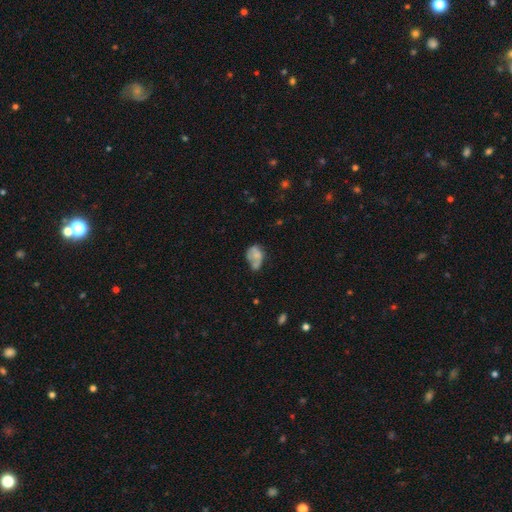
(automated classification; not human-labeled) Morphology: type=smooth (54%); roundness=in between (77%); merging=none (27%).